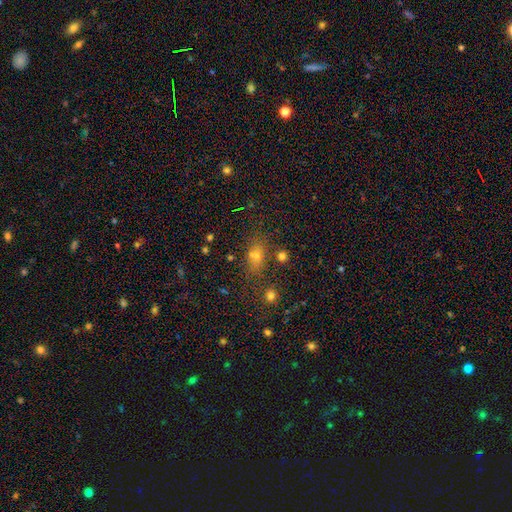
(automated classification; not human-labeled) Q: Smooth or featured?
A: smooth (64%); runner-up: star or artifact (25%)
Q: How rounded?
A: in between (65%); runner-up: round (25%)
Q: Merging?
A: none (72%); runner-up: minor disturbance (14%)